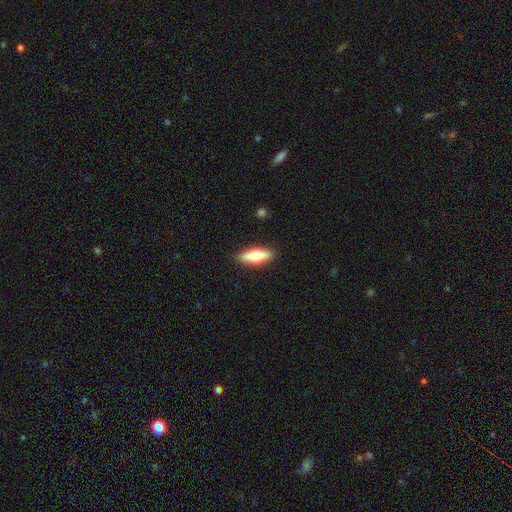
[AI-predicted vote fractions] Morphology: type=smooth (62%); roundness=in between (49%, tied with cigar-shaped); merging=none (89%).